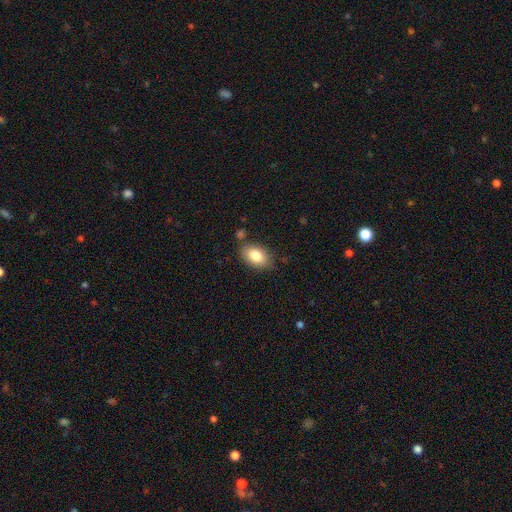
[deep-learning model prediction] Smooth or featured? Predicted: smooth (p=0.83). How rounded? Predicted: in between (p=0.89). Merging? Predicted: none (p=0.77).